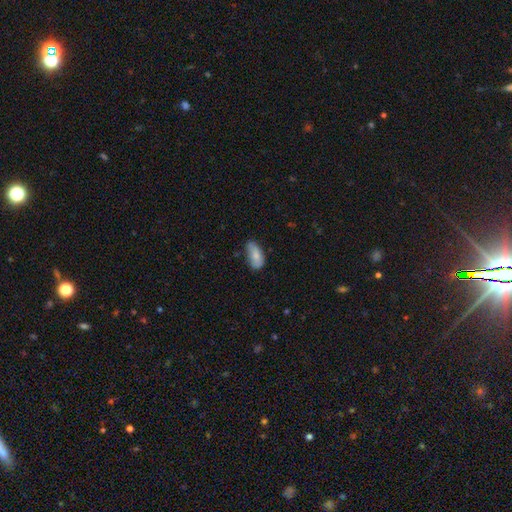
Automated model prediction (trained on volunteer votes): smooth 76%, featured or disk 17%, star or artifact 7%. Down the decision tree: how rounded — in between (92%); merging — none (51%).